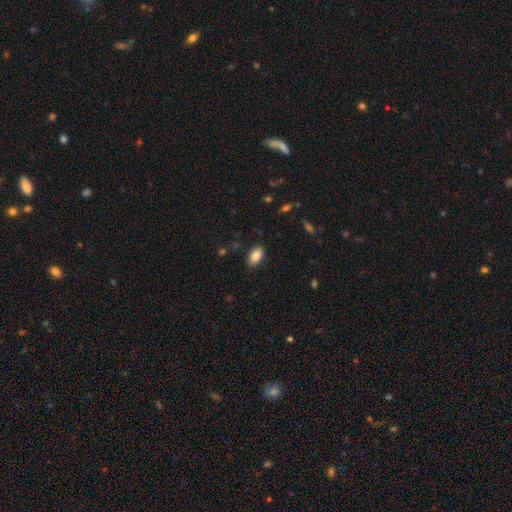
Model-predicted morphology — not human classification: This is clearly a smooth galaxy (85%). How rounded: clearly in between (92%). Merging: clearly none (84%).